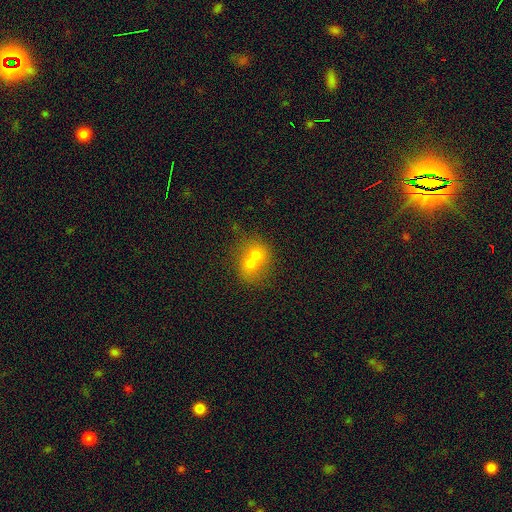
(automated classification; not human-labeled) Smooth or featured?
  - smooth: 63% *
  - featured or disk: 26%
  - star or artifact: 11%
How rounded?
  - round: 65% *
  - in between: 34%
  - cigar-shaped: 1%
Merging?
  - merger: 70% *
  - none: 20%
  - minor disturbance: 6%
  - major disturbance: 4%